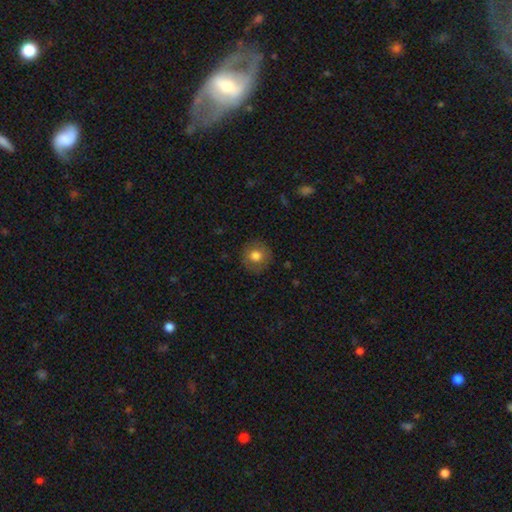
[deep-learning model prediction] Morphology: type=smooth (77%); roundness=round (93%); merging=none (88%).